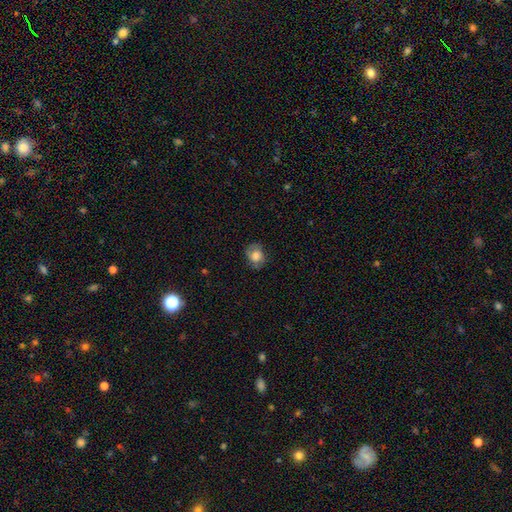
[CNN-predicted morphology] Overall: smooth (64%; featured or disk 27%). How rounded: round (57%; in between 42%). Merging: none (72%).